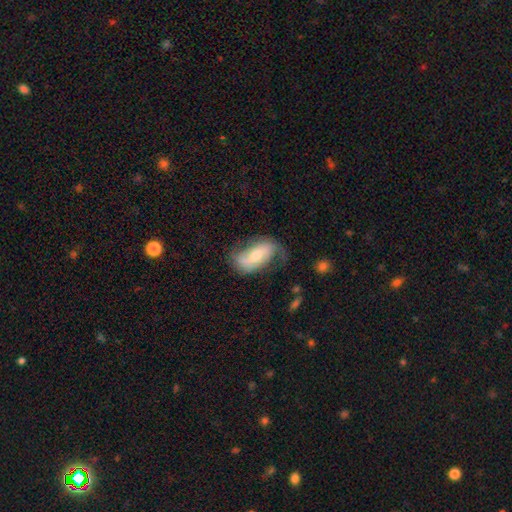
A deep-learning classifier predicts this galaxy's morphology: This appears to be a featured or disk galaxy (61%) with no bar (37%, tied with weak), spiral arms (85%) and a moderate central bulge (55%). Merging: none (53%).